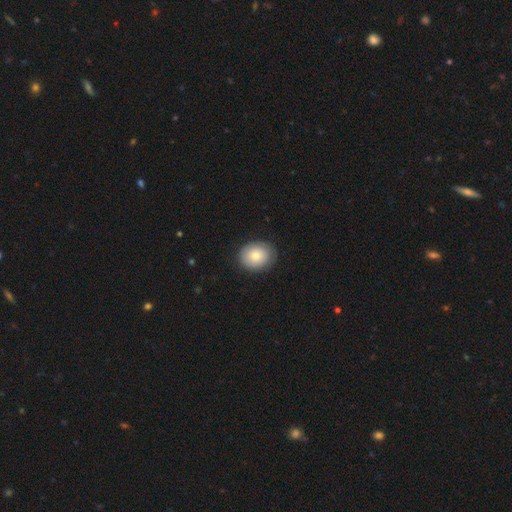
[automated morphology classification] Smooth or featured?
  - smooth: 76% *
  - featured or disk: 17%
  - star or artifact: 7%
How rounded?
  - round: 54% *
  - in between: 45%
  - cigar-shaped: 1%
Merging?
  - none: 84% *
  - minor disturbance: 12%
  - major disturbance: 3%
  - merger: 1%